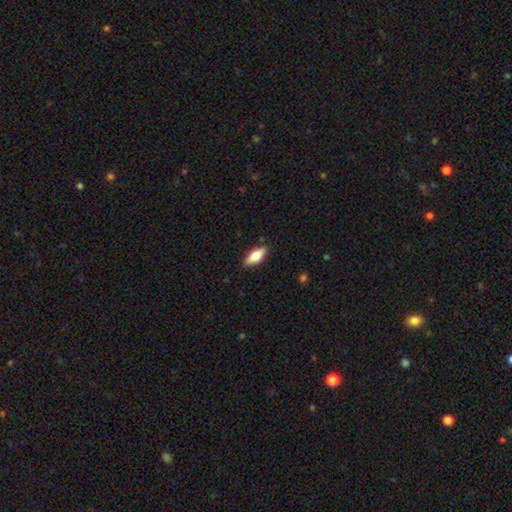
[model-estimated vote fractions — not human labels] Smooth or featured?
  - smooth: 71% *
  - featured or disk: 22%
  - star or artifact: 6%
How rounded?
  - in between: 79% *
  - cigar-shaped: 19%
  - round: 3%
Merging?
  - none: 87% *
  - minor disturbance: 10%
  - major disturbance: 2%
  - merger: 1%